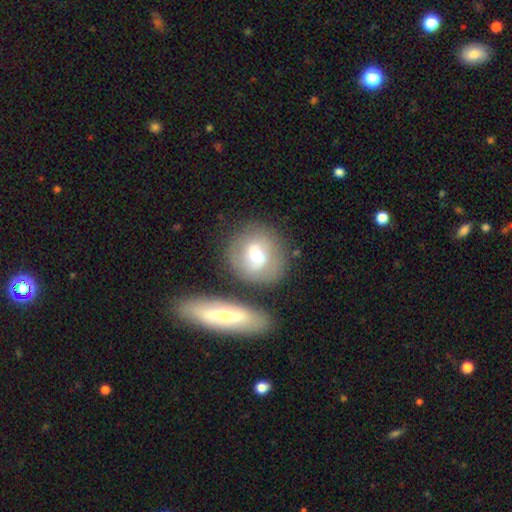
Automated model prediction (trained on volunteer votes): A smooth galaxy with no disk features (53%) that is round (63%). Merging: none (64%).